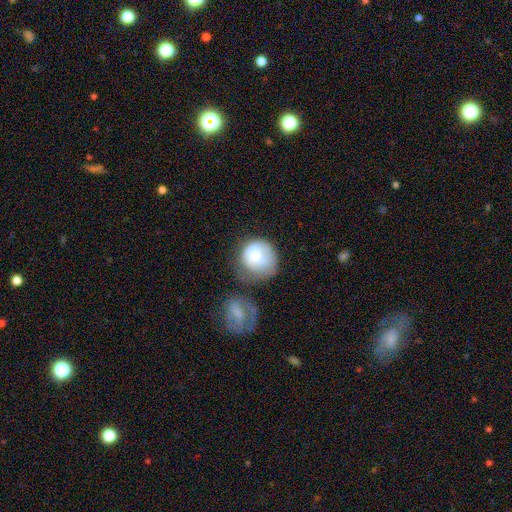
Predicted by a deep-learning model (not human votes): Smooth or featured? Predicted: smooth (p=0.71). How rounded? Predicted: round (p=0.88). Merging? Predicted: none (p=0.45).